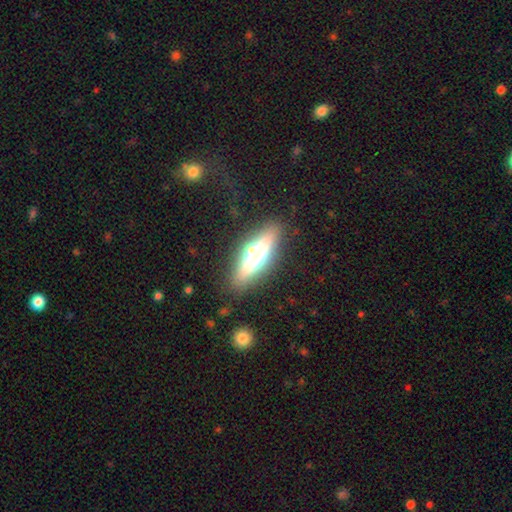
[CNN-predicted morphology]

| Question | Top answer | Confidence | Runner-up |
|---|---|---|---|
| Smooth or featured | featured or disk | 49% | smooth (39%) |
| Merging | none | 78% | minor disturbance (12%) |